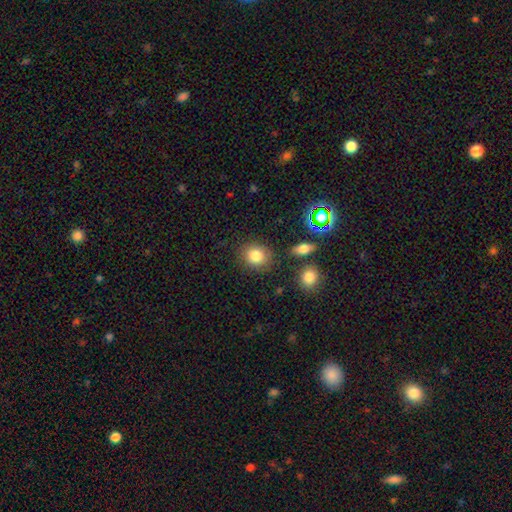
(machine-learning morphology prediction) Q: Smooth or featured?
A: smooth (81%); runner-up: star or artifact (11%)
Q: How rounded?
A: round (75%); runner-up: in between (24%)
Q: Merging?
A: none (82%); runner-up: minor disturbance (11%)